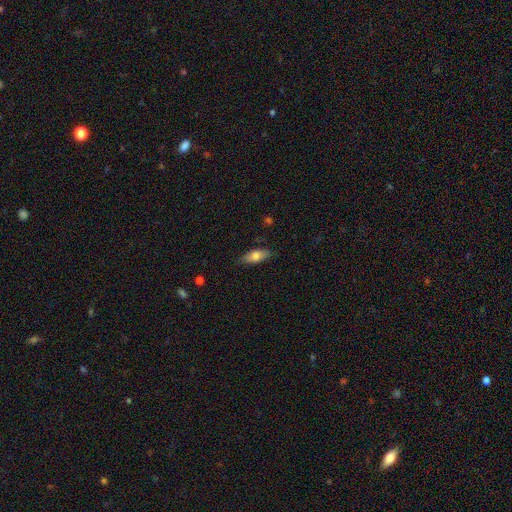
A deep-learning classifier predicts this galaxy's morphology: This appears to be a smooth galaxy with no disk features (71%) that is in between round and cigar-shaped (73%). Merging: none (81%).